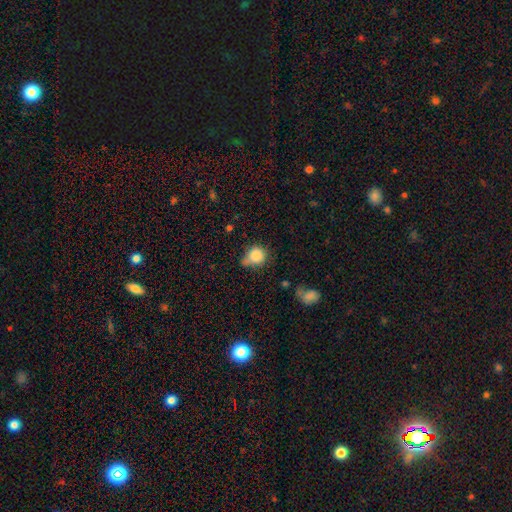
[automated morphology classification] smooth 84%, star or artifact 9%, featured or disk 7%. Down the decision tree: how rounded — round (81%); merging — none (46%).